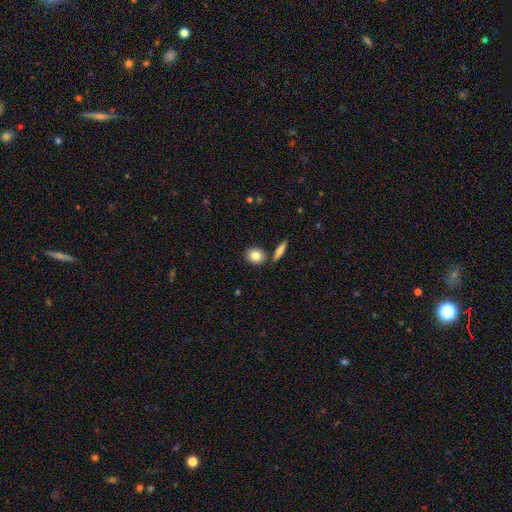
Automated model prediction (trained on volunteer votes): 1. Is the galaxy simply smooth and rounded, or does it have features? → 82% smooth, 10% featured or disk, 8% star or artifact.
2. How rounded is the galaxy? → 55% round, 42% in between, 3% cigar-shaped.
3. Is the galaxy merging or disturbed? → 78% none, 10% minor disturbance, 9% merger, 2% major disturbance.